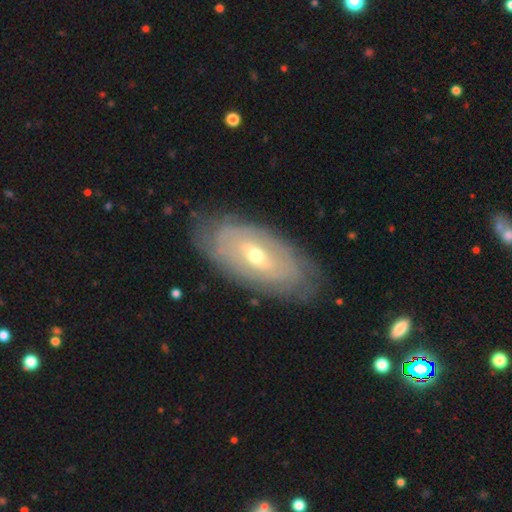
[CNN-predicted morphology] smooth-or-featured: featured or disk: 72% | smooth: 22% | star or artifact: 6%
  disk-edge-on: no: 89% | yes: 11%
    bar: no: 52% | weak: 34% | strong: 14%
    has-spiral-arms: yes: 65% | no: 35%
    bulge-size: small: 50% | moderate: 46% | large: 2% | dominant: 1% | none: 1%
  merging: none: 78% | minor disturbance: 15% | major disturbance: 5% | merger: 1%